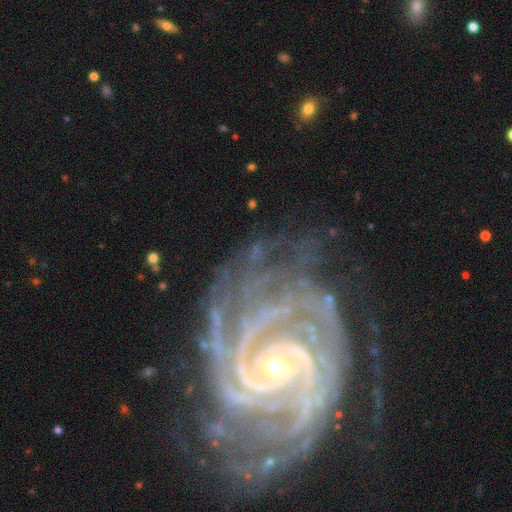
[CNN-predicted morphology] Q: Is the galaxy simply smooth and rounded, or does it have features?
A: featured or disk — 90%.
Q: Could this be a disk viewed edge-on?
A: no — 97%.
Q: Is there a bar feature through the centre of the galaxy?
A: no — 52%.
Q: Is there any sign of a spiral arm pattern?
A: yes — 98%.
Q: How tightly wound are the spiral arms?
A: tight — 75%.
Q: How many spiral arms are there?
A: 2 — 24%.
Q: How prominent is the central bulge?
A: small — 65%.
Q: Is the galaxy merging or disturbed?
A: none — 63%.